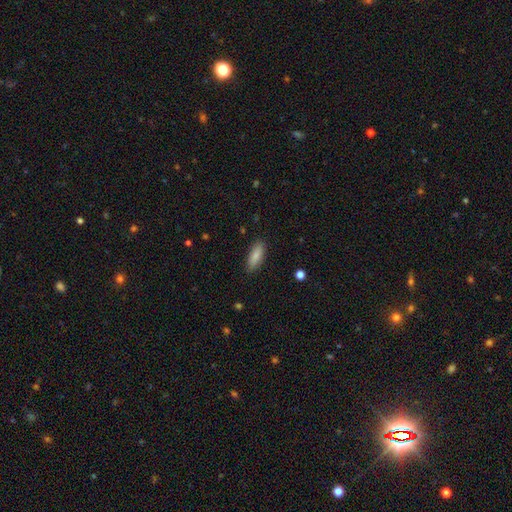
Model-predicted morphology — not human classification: Q: Smooth or featured?
A: smooth (86%); runner-up: featured or disk (8%)
Q: How rounded?
A: in between (69%); runner-up: cigar-shaped (29%)
Q: Merging?
A: none (88%); runner-up: minor disturbance (9%)